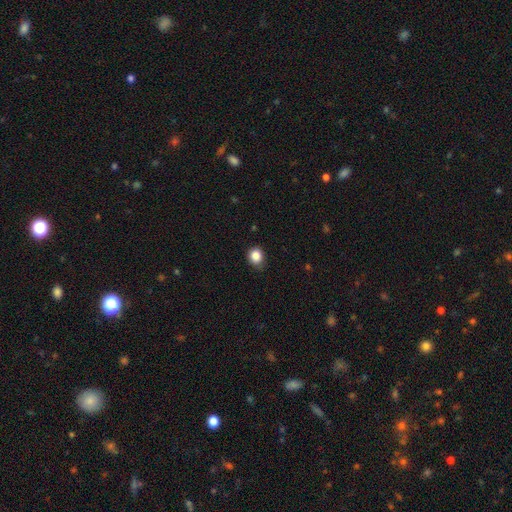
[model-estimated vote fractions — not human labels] This is clearly a smooth galaxy (86%). How rounded: likely round (75%). Merging: likely none (77%).